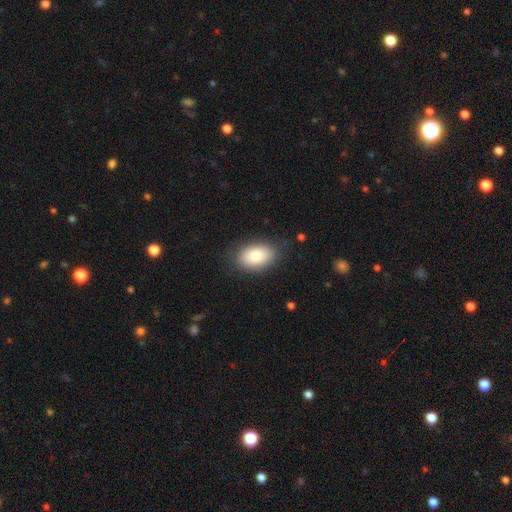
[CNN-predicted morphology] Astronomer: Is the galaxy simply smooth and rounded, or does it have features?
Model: smooth — 80%.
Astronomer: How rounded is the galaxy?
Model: in between — 88%.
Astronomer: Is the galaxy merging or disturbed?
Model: none — 83%.